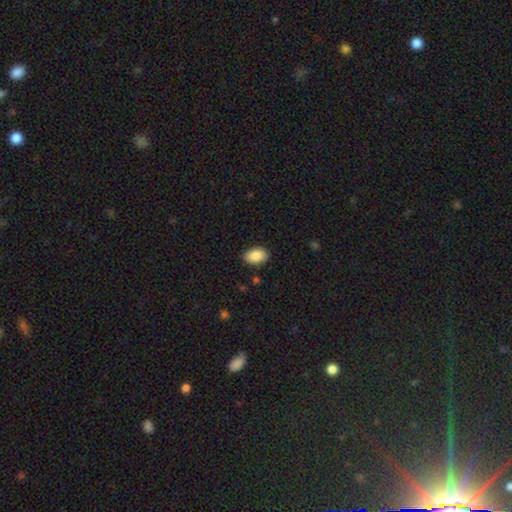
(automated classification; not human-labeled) smooth_or_featured: smooth (p=0.88) [alt: star or artifact p=0.07]
how_rounded: in between (p=0.90) [alt: round p=0.09]
merging: none (p=0.88) [alt: minor disturbance p=0.09]